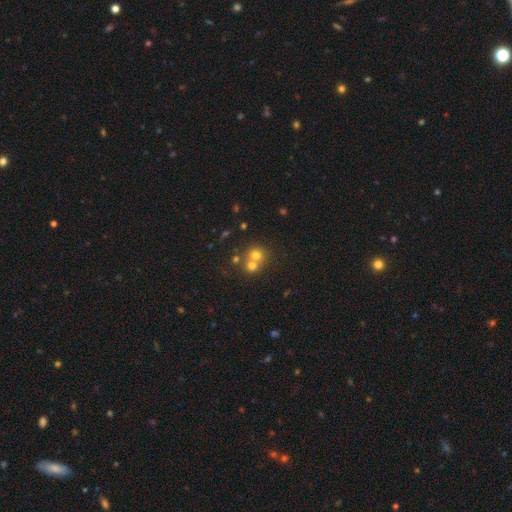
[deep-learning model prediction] This is likely a smooth galaxy (67%). How rounded: clearly round (84%). Merging: possibly merger (52%).